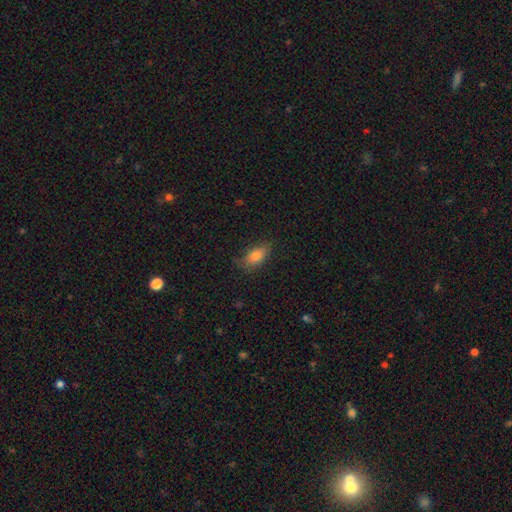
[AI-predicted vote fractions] This appears to be a smooth galaxy with no disk features (81%) that is in between round and cigar-shaped (85%). Merging: none (73%).